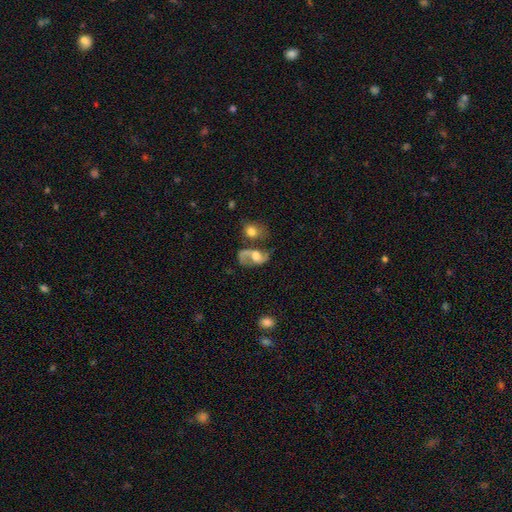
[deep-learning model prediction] smooth_or_featured: featured or disk (p=0.75) [alt: smooth p=0.18]
disk_edge_on: no (p=0.96) [alt: yes p=0.04]
bar: no (p=0.53) [alt: weak p=0.37]
has_spiral_arms: yes (p=0.90) [alt: no p=0.10]
spiral_winding: loose (p=0.62) [alt: medium p=0.31]
spiral_arm_count: 2 (p=0.87) [alt: 1 p=0.07]
bulge_size: moderate (p=0.53) [alt: large p=0.26]
merging: none (p=0.45) [alt: merger p=0.23]